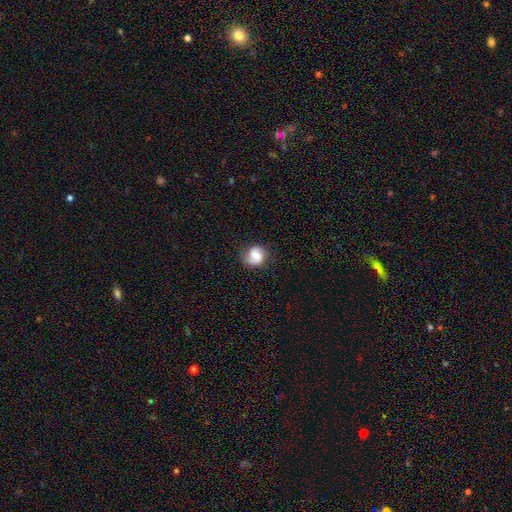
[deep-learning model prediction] Smooth or featured: featured or disk — 53% (smooth — 38%)
Edge-on disk: no — 98% (yes — 2%)
Bar: weak — 43% (no — 42%)
Spiral arms: yes — 90% (no — 10%)
Bulge size: moderate — 41% (large — 23%)
Merging: none — 73% (minor disturbance — 18%)